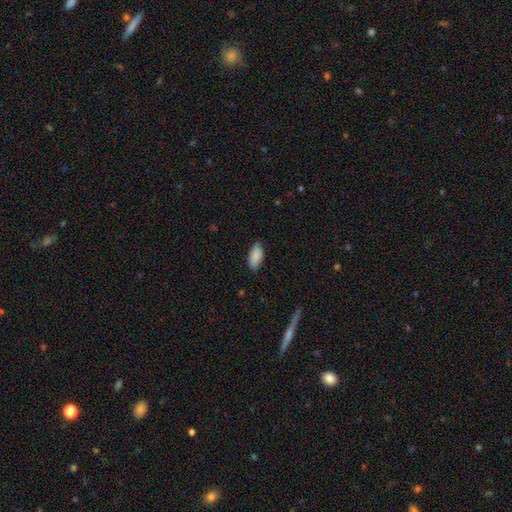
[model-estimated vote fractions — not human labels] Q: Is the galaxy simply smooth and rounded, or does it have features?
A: smooth — 88%.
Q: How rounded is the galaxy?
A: in between — 92%.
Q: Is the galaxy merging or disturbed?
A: none — 83%.